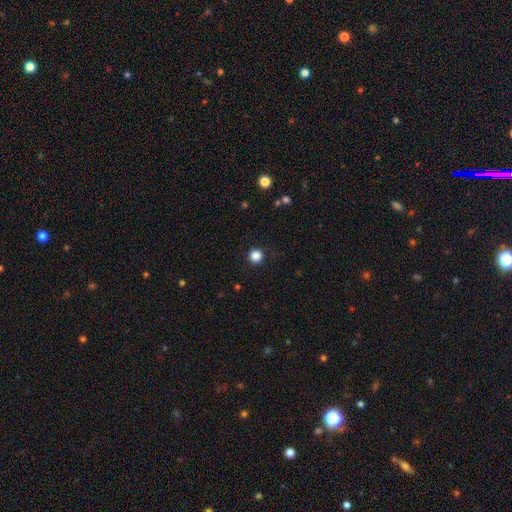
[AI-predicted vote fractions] Smooth or featured? Predicted: smooth (p=0.86). How rounded? Predicted: round (p=0.96). Merging? Predicted: none (p=0.92).